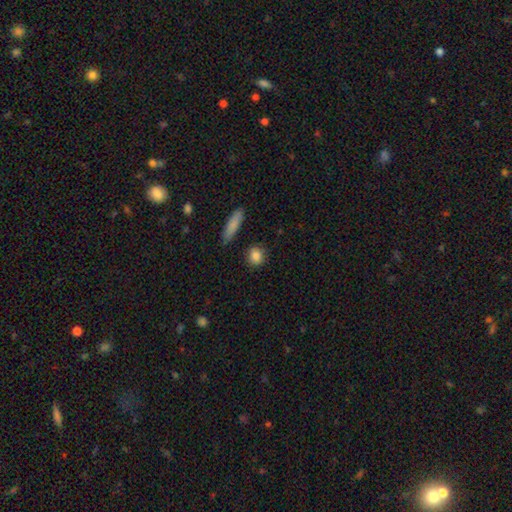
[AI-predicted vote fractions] smooth_or_featured: smooth (p=0.86) [alt: star or artifact p=0.08]
how_rounded: round (p=0.75) [alt: in between p=0.20]
merging: none (p=0.87) [alt: minor disturbance p=0.08]